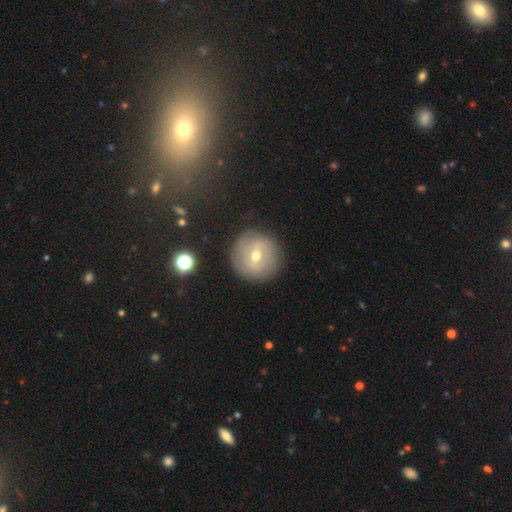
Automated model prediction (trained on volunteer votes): smooth-or-featured: featured or disk: 56% | smooth: 35% | star or artifact: 9%
  disk-edge-on: no: 95% | yes: 5%
    bar: weak: 54% | no: 24% | strong: 22%
    has-spiral-arms: yes: 55% | no: 45%
    bulge-size: moderate: 66% | small: 30% | large: 2% | none: 1% | dominant: 1%
  merging: none: 84% | minor disturbance: 10% | major disturbance: 4% | merger: 1%